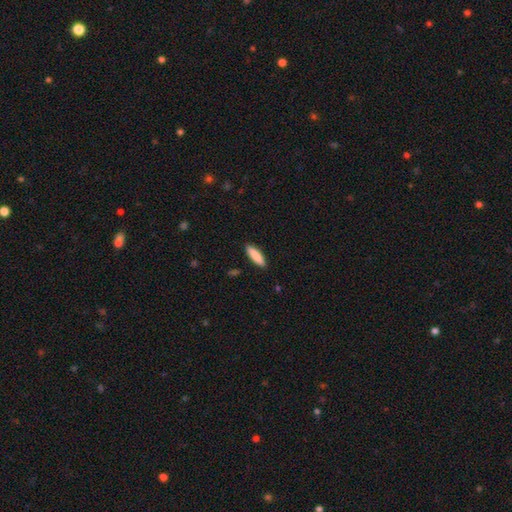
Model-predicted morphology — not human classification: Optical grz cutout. It shows a smooth galaxy with no disk features (87%) that is cigar-shaped (62%). Merging: none (90%).